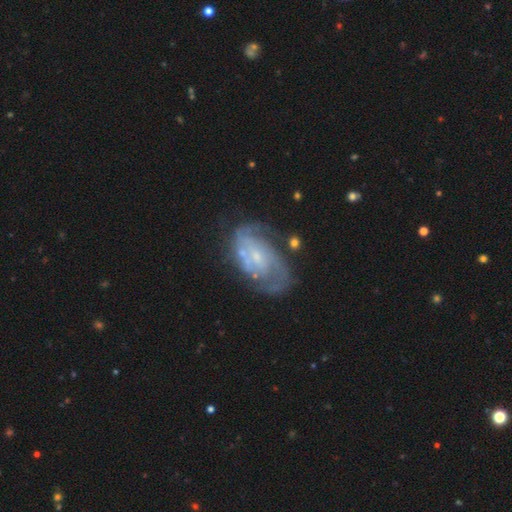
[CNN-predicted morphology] Smooth or featured? Predicted: featured or disk (p=0.79). Edge-on disk? Predicted: no (p=0.96). Bar? Predicted: no (p=0.55). Spiral arms? Predicted: yes (p=0.85). Spiral winding? Predicted: tight (p=0.46). Spiral arm count? Predicted: 2 (p=0.40). Bulge size? Predicted: small (p=0.68). Merging? Predicted: none (p=0.57).